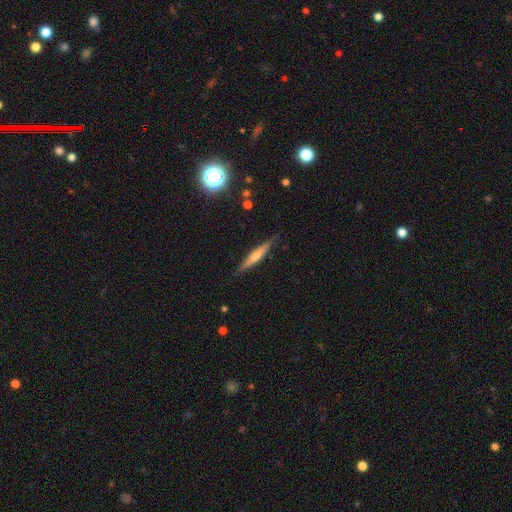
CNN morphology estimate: A featured or disk galaxy (54%) viewed edge-on (96%) with a rounded central bulge (60%).

Vote fractions:
- Smooth or featured? featured or disk: 54% / smooth: 40% / star or artifact: 7%
- Edge-on disk? yes: 96% / no: 4%
- Edge-on bulge? rounded: 60% / none: 25% / boxy: 15%
- Merging? none: 85% / minor disturbance: 11% / major disturbance: 2% / merger: 1%